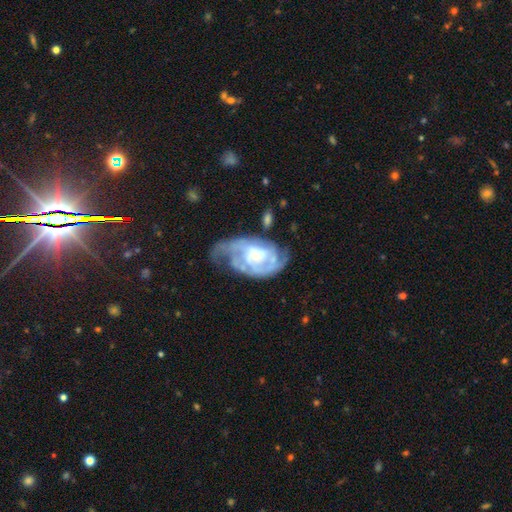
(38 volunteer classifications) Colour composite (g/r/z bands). It shows a featured or disk galaxy (92%) with no bar (77%), 2 (55%) medium (52%) spiral arms (83%) and a small central bulge (71%). Merging: minor disturbance (41%).